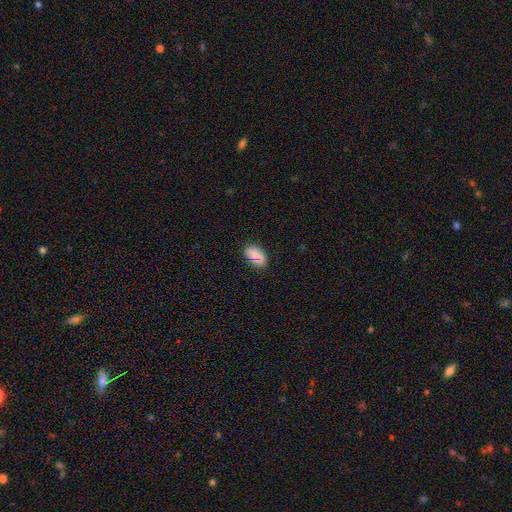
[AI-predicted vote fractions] Smooth or featured? Predicted: smooth (p=0.78). How rounded? Predicted: in between (p=0.91). Merging? Predicted: none (p=0.81).